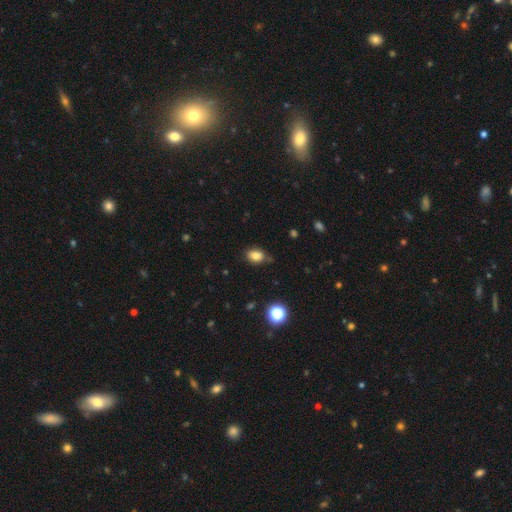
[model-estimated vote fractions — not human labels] A smooth galaxy with no disk features (81%) that is in between round and cigar-shaped (74%). Merging: none (70%).